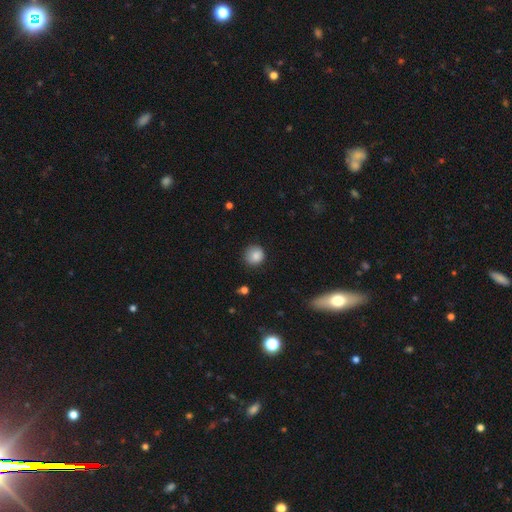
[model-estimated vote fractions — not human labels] smooth_or_featured: smooth (p=0.86) [alt: star or artifact p=0.09]
how_rounded: round (p=0.91) [alt: in between p=0.08]
merging: none (p=0.82) [alt: minor disturbance p=0.13]